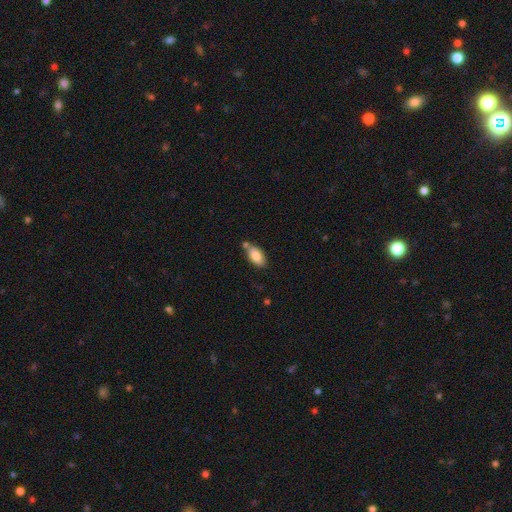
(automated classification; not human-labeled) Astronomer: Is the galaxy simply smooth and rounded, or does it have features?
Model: smooth — 82%.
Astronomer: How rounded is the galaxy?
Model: in between — 91%.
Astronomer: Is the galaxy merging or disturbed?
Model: none — 65%.